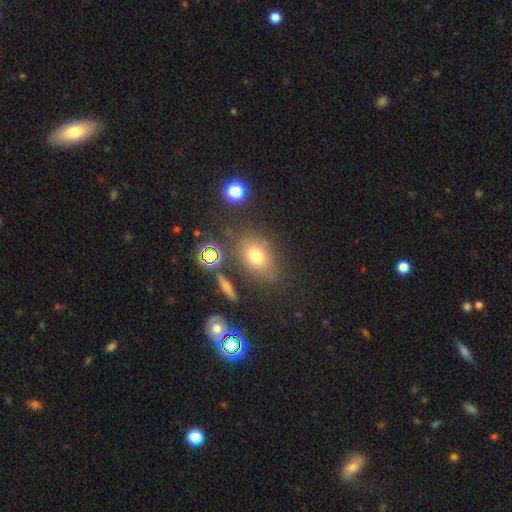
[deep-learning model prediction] Smooth or featured? Predicted: smooth (p=0.68). How rounded? Predicted: in between (p=0.62). Merging? Predicted: none (p=0.75).